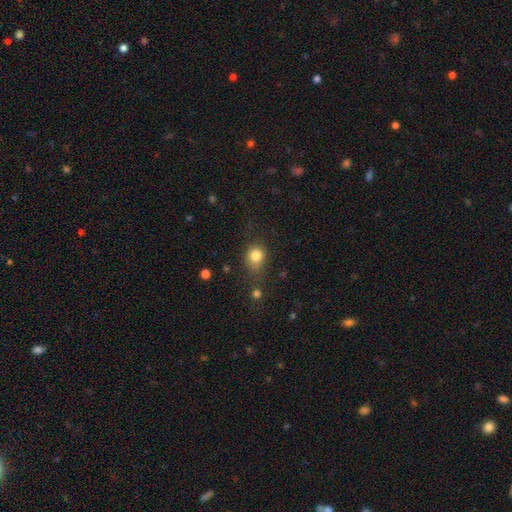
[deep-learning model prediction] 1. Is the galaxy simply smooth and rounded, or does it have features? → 82% smooth, 11% star or artifact, 7% featured or disk.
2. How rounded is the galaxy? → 68% round, 30% in between, 1% cigar-shaped.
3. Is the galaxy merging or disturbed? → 59% none, 24% minor disturbance, 10% major disturbance, 7% merger.